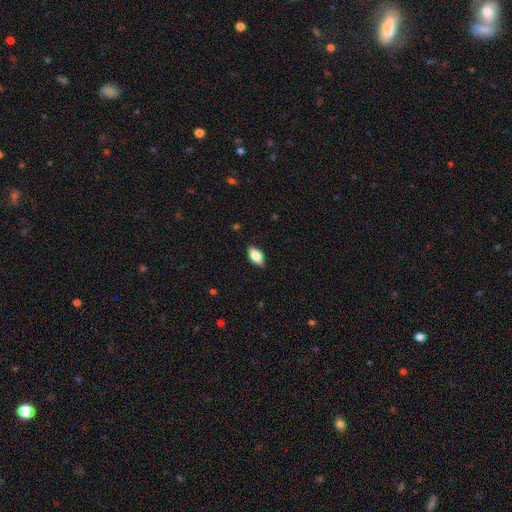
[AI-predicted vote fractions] Smooth or featured: smooth — 81% (featured or disk — 12%)
How rounded: in between — 90% (cigar-shaped — 5%)
Merging: none — 84% (minor disturbance — 13%)